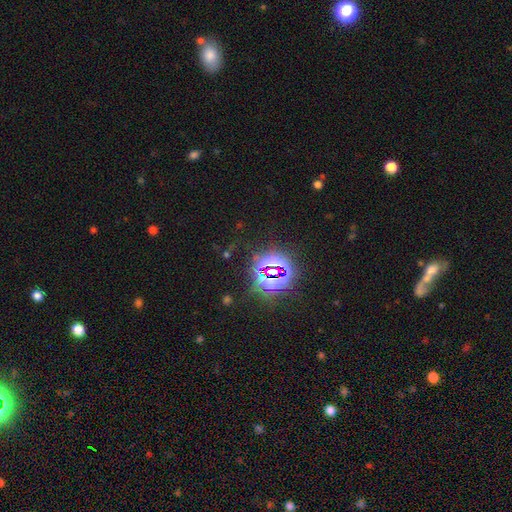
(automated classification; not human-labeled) Smooth or featured?
  - star or artifact: 82% *
  - smooth: 11%
  - featured or disk: 7%